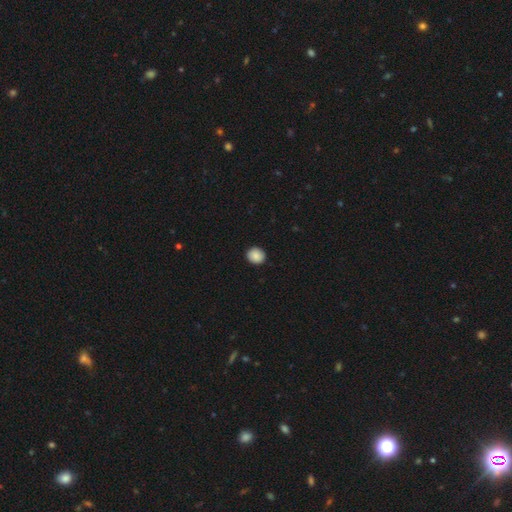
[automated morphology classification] Overall: smooth (88%). How rounded: round (81%). Merging: none (90%).